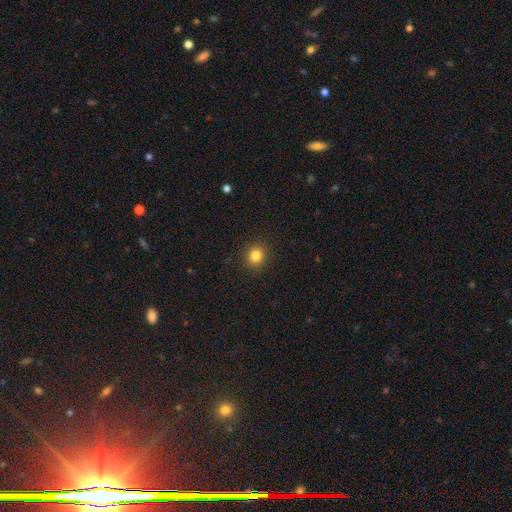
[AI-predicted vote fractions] A smooth galaxy with no disk features (84%) that is round (83%). Merging: none (91%).